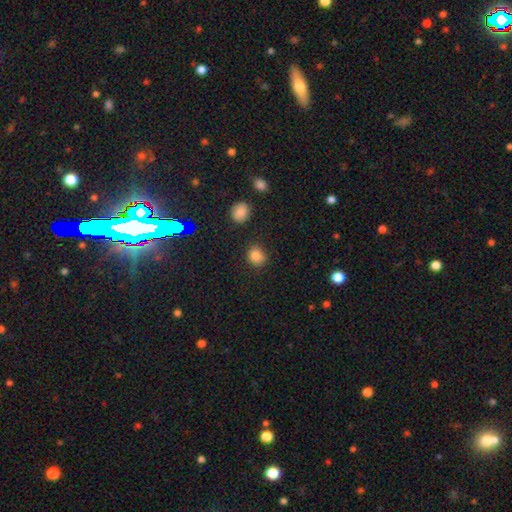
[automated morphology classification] This is clearly a smooth galaxy (82%). How rounded: likely round (78%). Merging: clearly none (81%).